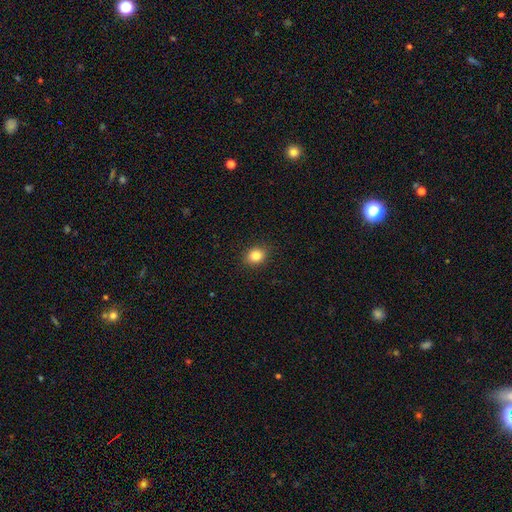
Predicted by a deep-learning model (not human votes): smooth_or_featured: smooth (p=0.85) [alt: star or artifact p=0.10]
how_rounded: round (p=0.53) [alt: in between p=0.46]
merging: none (p=0.89) [alt: minor disturbance p=0.08]